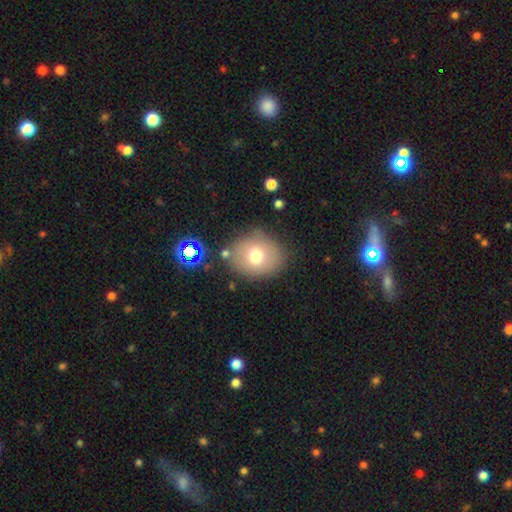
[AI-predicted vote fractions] A smooth galaxy with no disk features (71%) that is round (61%).

Vote fractions:
- Smooth or featured? smooth: 71% / featured or disk: 17% / star or artifact: 12%
- How rounded? round: 61% / in between: 39% / cigar-shaped: 1%
- Merging? none: 76% / minor disturbance: 14% / merger: 5% / major disturbance: 5%